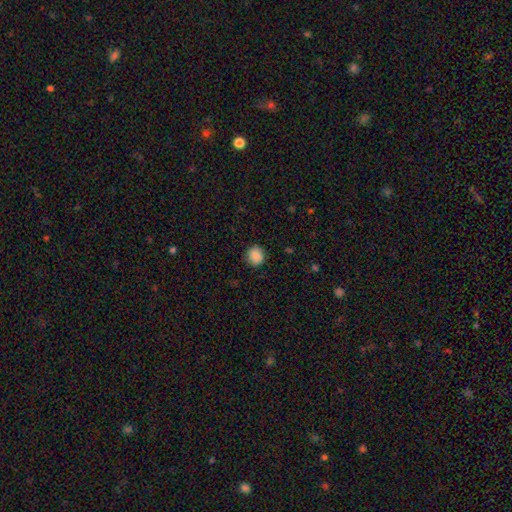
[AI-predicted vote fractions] Overall: smooth (88%). How rounded: round (85%). Merging: none (87%).